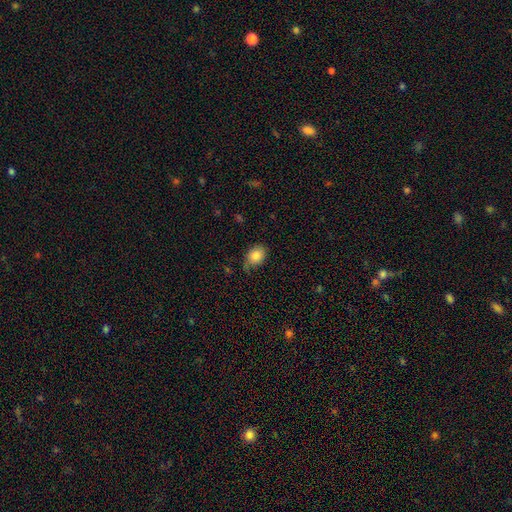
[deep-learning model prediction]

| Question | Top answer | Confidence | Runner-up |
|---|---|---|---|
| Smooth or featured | smooth | 83% | star or artifact (9%) |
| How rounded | in between | 58% | round (41%) |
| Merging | none | 68% | minor disturbance (25%) |